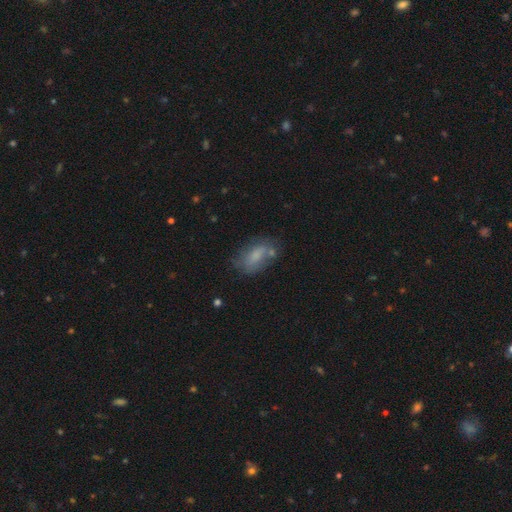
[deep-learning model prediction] A smooth galaxy with no disk features (65%) that is in between round and cigar-shaped (88%).

Vote fractions:
- Smooth or featured? smooth: 65% / featured or disk: 26% / star or artifact: 9%
- How rounded? in between: 88% / round: 7% / cigar-shaped: 5%
- Merging? none: 51% / minor disturbance: 25% / merger: 13% / major disturbance: 11%